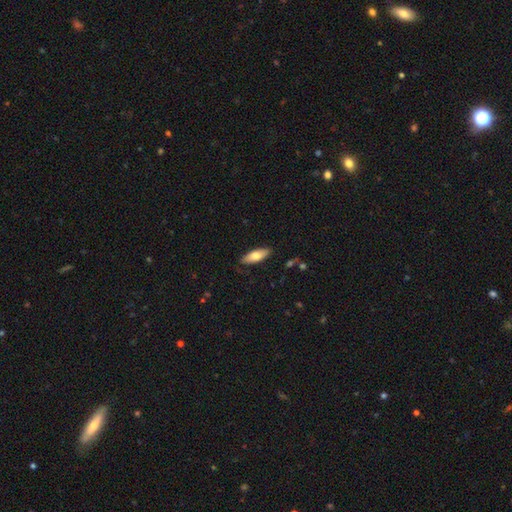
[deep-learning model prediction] Smooth or featured: smooth — 71% (featured or disk — 23%)
How rounded: in between — 67% (cigar-shaped — 31%)
Merging: none — 86% (minor disturbance — 11%)